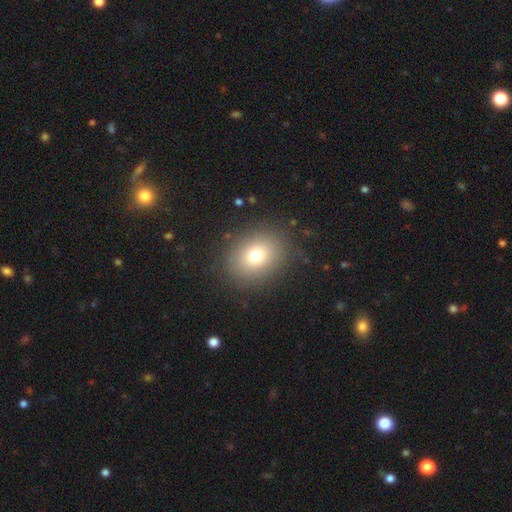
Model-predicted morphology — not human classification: Smooth or featured? Predicted: smooth (p=0.76). How rounded? Predicted: round (p=0.54). Merging? Predicted: none (p=0.86).